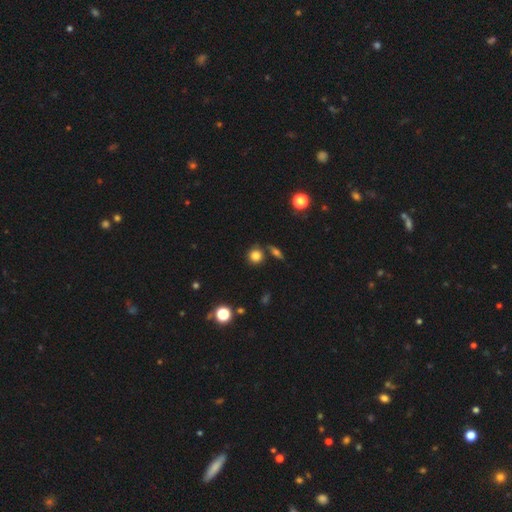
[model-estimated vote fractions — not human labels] Overall: smooth (81%). How rounded: round (88%). Merging: none (77%).